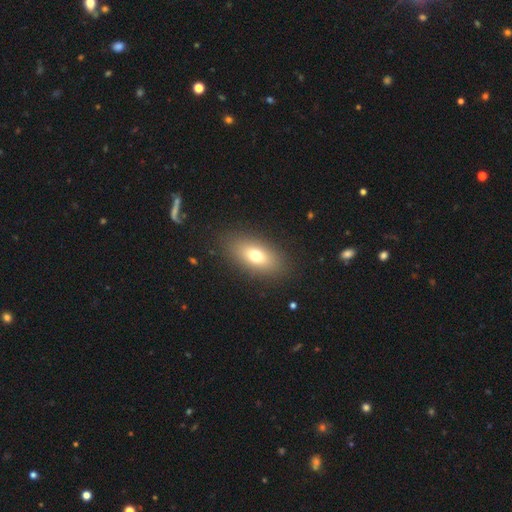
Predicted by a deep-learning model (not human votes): A smooth galaxy with no disk features (72%) that is in between round and cigar-shaped (85%). Merging: none (87%).